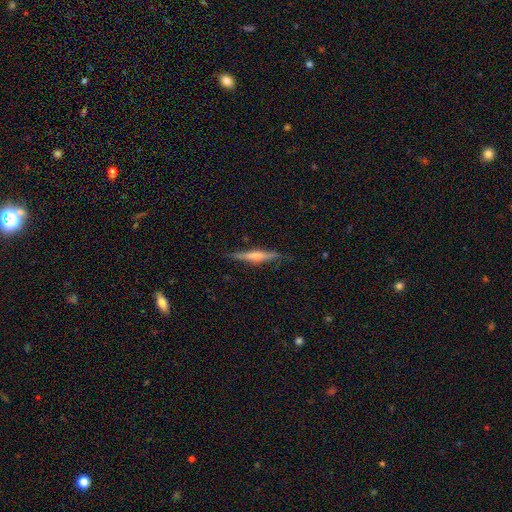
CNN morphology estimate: Smooth or featured? featured or disk (52%)
Edge-on disk? yes (95%)
Merging? none (82%)